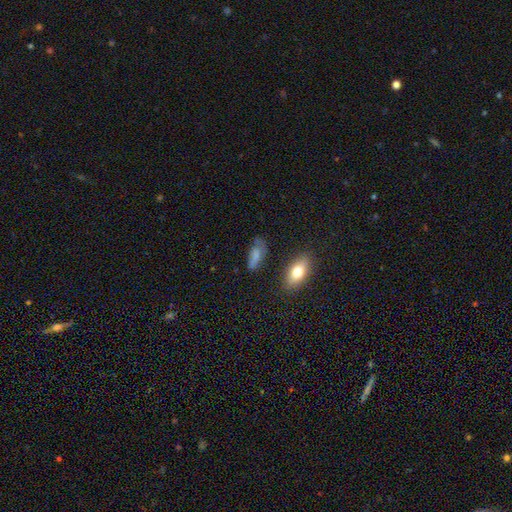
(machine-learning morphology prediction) Smooth or featured? Predicted: smooth (p=0.72). How rounded? Predicted: in between (p=0.79). Merging? Predicted: none (p=0.53).